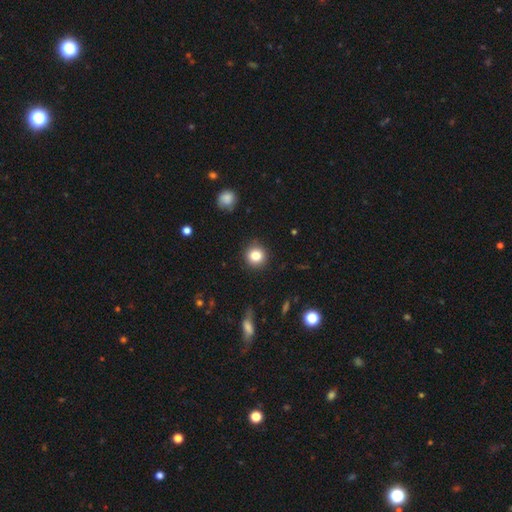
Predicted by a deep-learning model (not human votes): Smooth or featured? smooth (83%)
How rounded? round (92%)
Merging? none (90%)